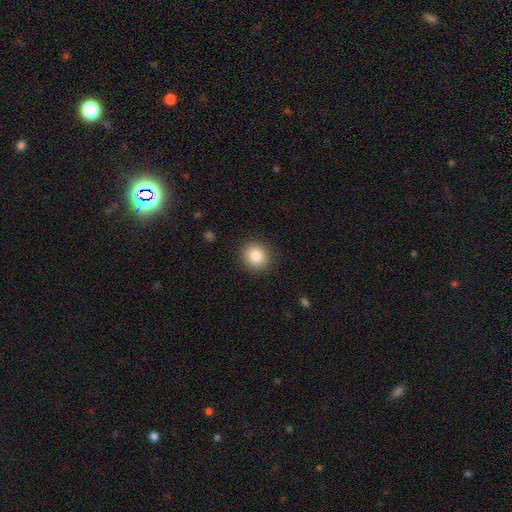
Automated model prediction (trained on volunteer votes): A smooth galaxy with no disk features (85%) that is round (84%).

Vote fractions:
- Smooth or featured? smooth: 85% / star or artifact: 9% / featured or disk: 6%
- How rounded? round: 84% / in between: 15% / cigar-shaped: 1%
- Merging? none: 90% / minor disturbance: 7% / major disturbance: 2% / merger: 1%